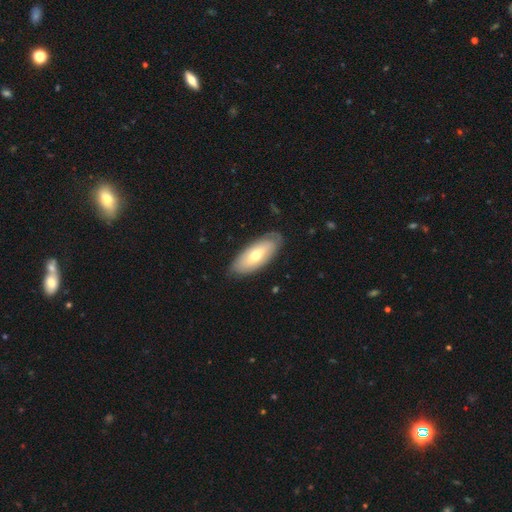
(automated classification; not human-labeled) A smooth galaxy with no disk features (55%) that is in between round and cigar-shaped (85%). Merging: none (80%).